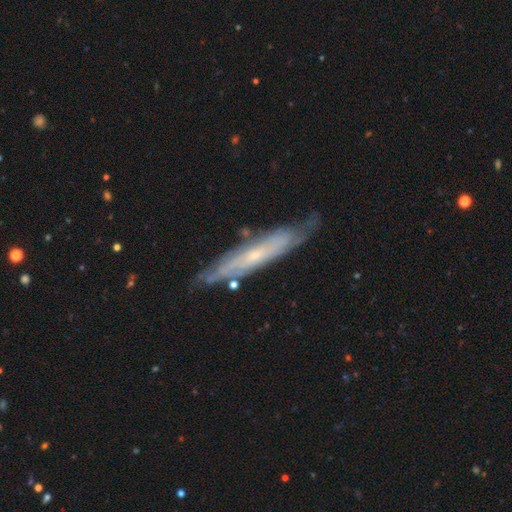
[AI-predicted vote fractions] Smooth or featured?
  - featured or disk: 71% *
  - smooth: 22%
  - star or artifact: 7%
Edge-on disk?
  - yes: 59% *
  - no: 41%
Merging?
  - none: 74% *
  - minor disturbance: 20%
  - major disturbance: 4%
  - merger: 2%